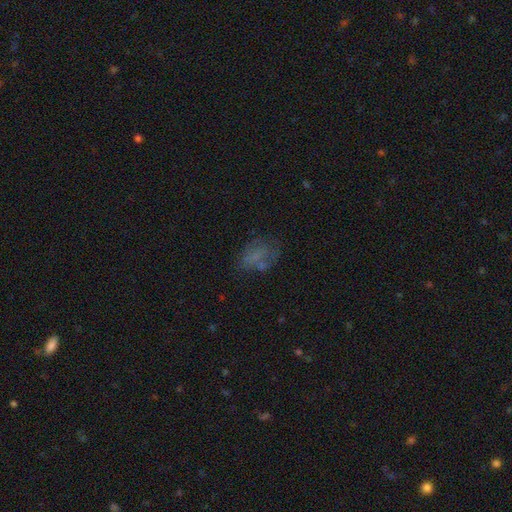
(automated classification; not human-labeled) Smooth or featured? smooth (49%)
Merging? none (52%)